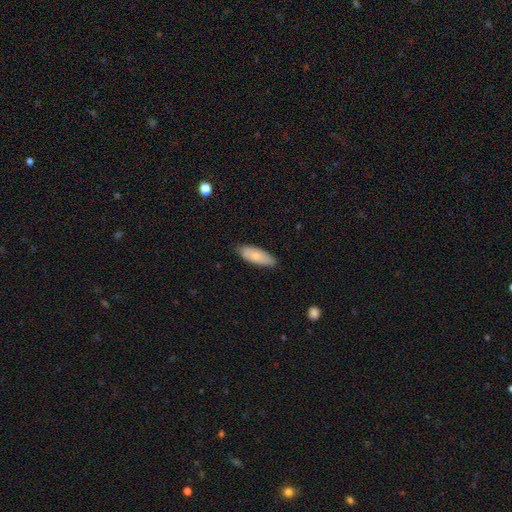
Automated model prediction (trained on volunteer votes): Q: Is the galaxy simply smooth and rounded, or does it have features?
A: smooth — 77%.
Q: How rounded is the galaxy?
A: in between — 73%.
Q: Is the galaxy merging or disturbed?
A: none — 82%.